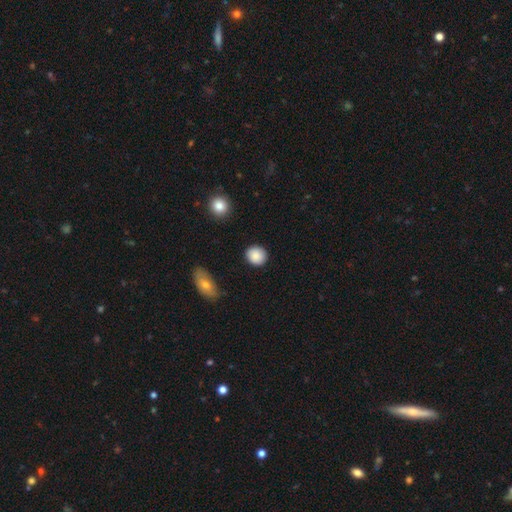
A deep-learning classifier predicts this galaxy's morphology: This is clearly a smooth galaxy (89%). How rounded: clearly round (84%). Merging: clearly none (89%).